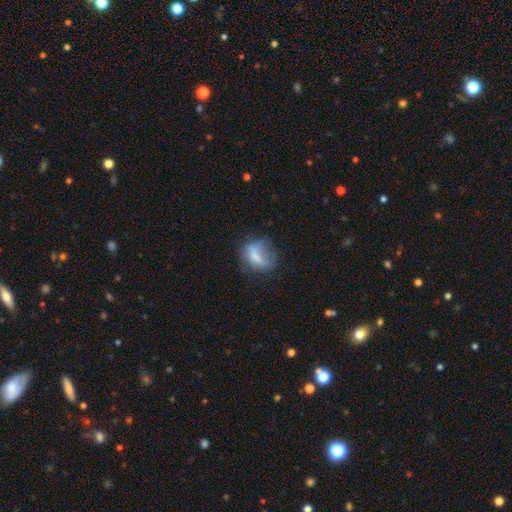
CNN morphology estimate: This appears to be a smooth galaxy with no disk features (63%) that is in between round and cigar-shaped (57%). Merging: none (45%).